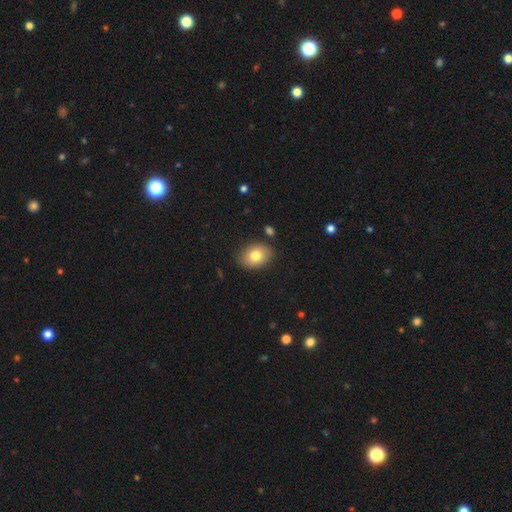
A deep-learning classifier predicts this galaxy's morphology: type=smooth (79%); roundness=in between (73%); merging=none (86%).